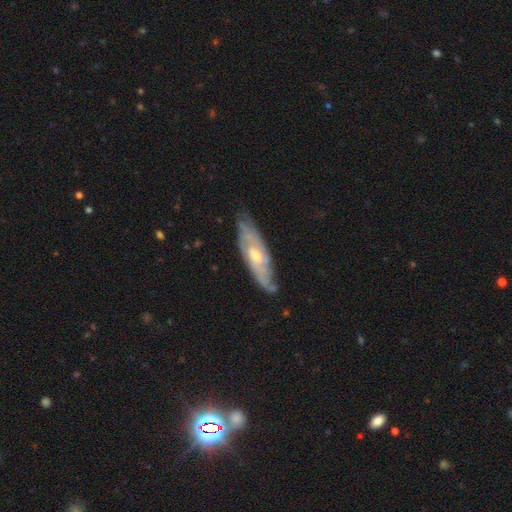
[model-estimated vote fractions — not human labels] This is likely a featured or disk galaxy (76%). It is likely not viewed edge-on (71%). Bar: likely no (63%). Spiral arm pattern: clearly yes (87%). Central bulge: likely moderate (62%). Merging: likely none (71%).